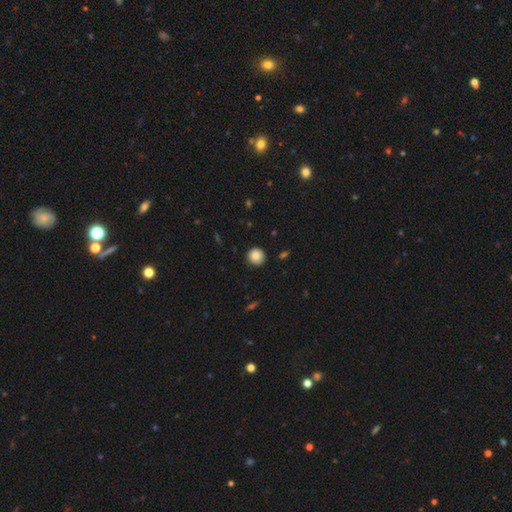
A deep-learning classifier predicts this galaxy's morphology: Q: Smooth or featured?
A: smooth (85%); runner-up: star or artifact (9%)
Q: How rounded?
A: round (92%); runner-up: in between (7%)
Q: Merging?
A: none (89%); runner-up: minor disturbance (8%)